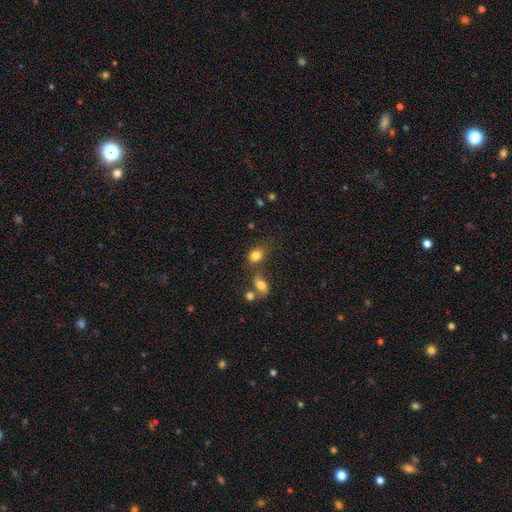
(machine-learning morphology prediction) This is clearly a smooth galaxy (81%). How rounded: possibly in between (59%). Merging: possibly none (56%).